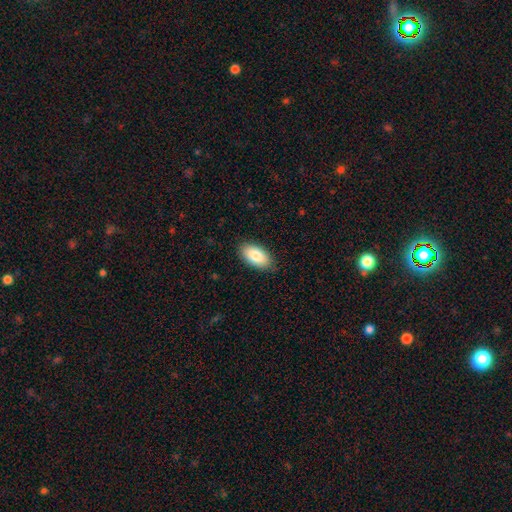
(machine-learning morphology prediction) Smooth or featured: smooth — 84% (featured or disk — 9%)
How rounded: in between — 95% (round — 3%)
Merging: none — 86% (minor disturbance — 11%)